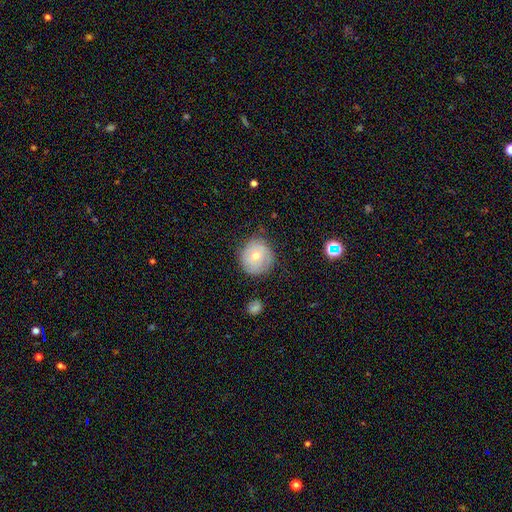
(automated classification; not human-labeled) This appears to be a smooth galaxy with no disk features (52%) that is round (88%). Merging: none (72%).